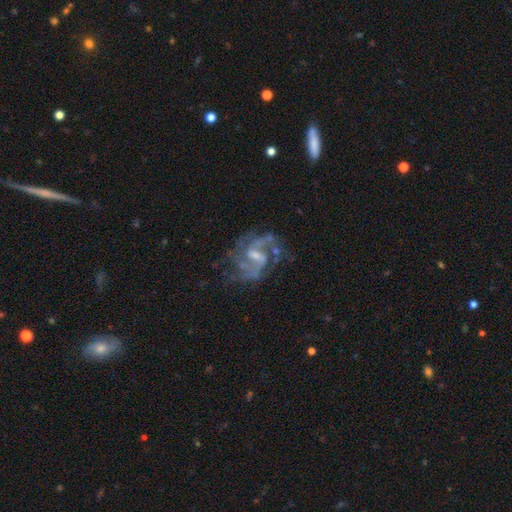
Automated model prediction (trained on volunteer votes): A featured or disk galaxy (86%) with a weak bar (57%), 2 (52%) medium (50%) spiral arms (92%) and a small central bulge (45%).

Vote fractions:
- Smooth or featured? featured or disk: 86% / star or artifact: 8% / smooth: 6%
- Edge-on disk? no: 97% / yes: 3%
- Bar? weak: 57% / strong: 22% / no: 21%
- Spiral arms? yes: 92% / no: 8%
- Spiral winding? medium: 50% / loose: 30% / tight: 20%
- Spiral arm count? 2: 52% / can't tell: 18% / 3: 16% / 4: 6% / 1: 4% / more than 4: 4%
- Bulge size? small: 45% / moderate: 33% / none: 18% / large: 3% / dominant: 1%
- Merging? none: 58% / major disturbance: 20% / minor disturbance: 18% / merger: 4%